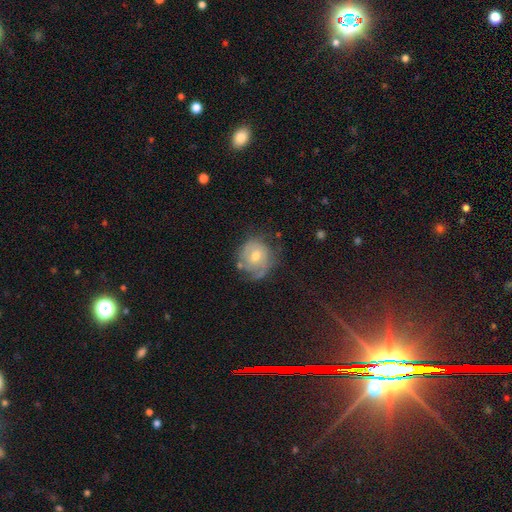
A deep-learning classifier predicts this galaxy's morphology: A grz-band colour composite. It shows a featured or disk galaxy (57%) with no bar (73%), spiral arms (70%) and a moderate central bulge (64%). Merging: none (61%).